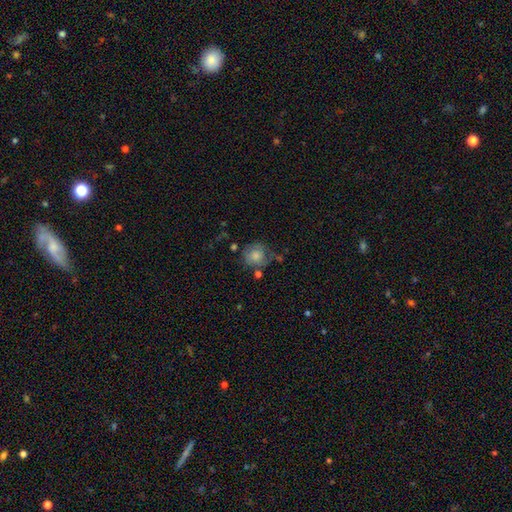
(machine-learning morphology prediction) The model was most divided on "merging": none: 56%, minor disturbance: 25%, major disturbance: 11%, merger: 9%. More confident: how rounded — round (85%); smooth or featured — smooth (68%).